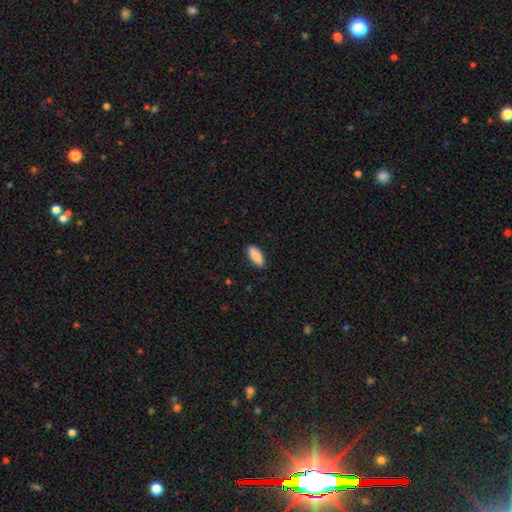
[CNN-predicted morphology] type=smooth (89%); roundness=in between (76%); merging=none (88%).